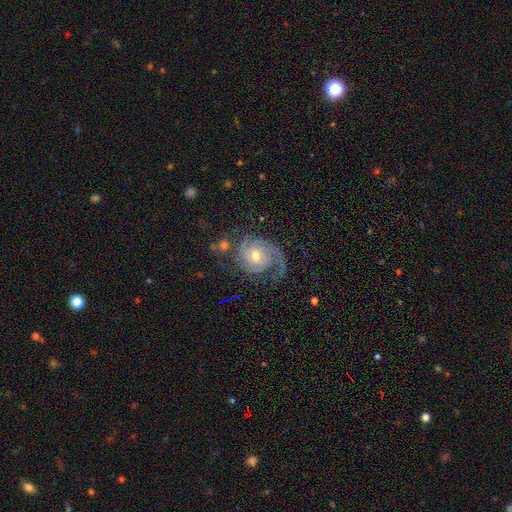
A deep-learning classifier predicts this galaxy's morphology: smooth-or-featured: featured or disk: 88% | smooth: 6% | star or artifact: 6%
  disk-edge-on: no: 98% | yes: 2%
    bar: no: 65% | weak: 29% | strong: 6%
    has-spiral-arms: yes: 98% | no: 2%
      spiral-winding: tight: 48% | medium: 38% | loose: 13%
      spiral-arm-count: 2: 45% | 3: 20% | 1: 17% | can't tell: 10% | 4: 4% | more than 4: 4%
    bulge-size: moderate: 60% | small: 35% | large: 3% | none: 1% | dominant: 1%
  merging: none: 62% | minor disturbance: 19% | major disturbance: 15% | merger: 4%